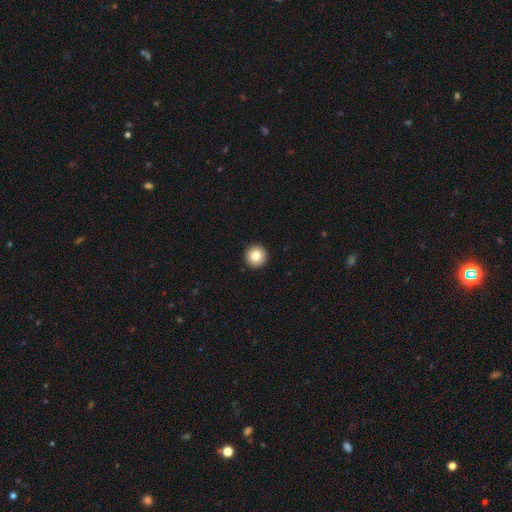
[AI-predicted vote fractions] This appears to be a smooth galaxy with no disk features (82%) that is round (96%). Merging: none (94%).